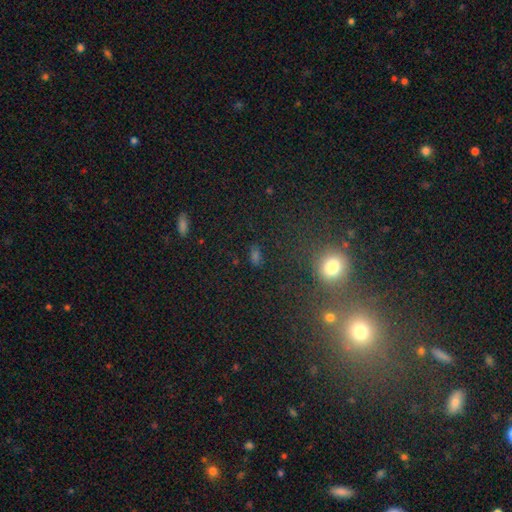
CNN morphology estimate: Q: Smooth or featured?
A: smooth (58%); runner-up: star or artifact (33%)
Q: How rounded?
A: in between (65%); runner-up: round (29%)
Q: Merging?
A: none (76%); runner-up: minor disturbance (12%)